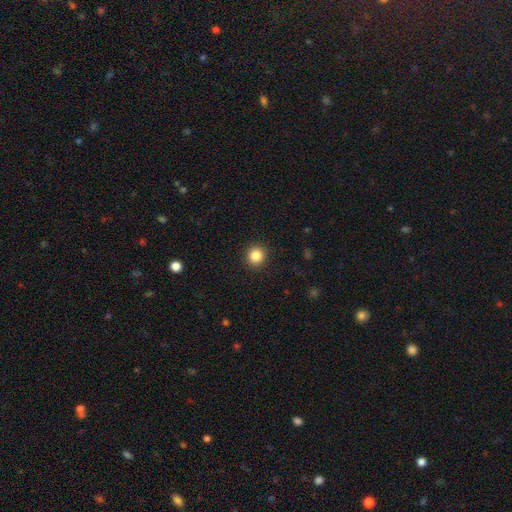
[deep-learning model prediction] smooth_or_featured: smooth (p=0.85) [alt: star or artifact p=0.11]
how_rounded: round (p=0.91) [alt: in between p=0.08]
merging: none (p=0.92) [alt: minor disturbance p=0.05]